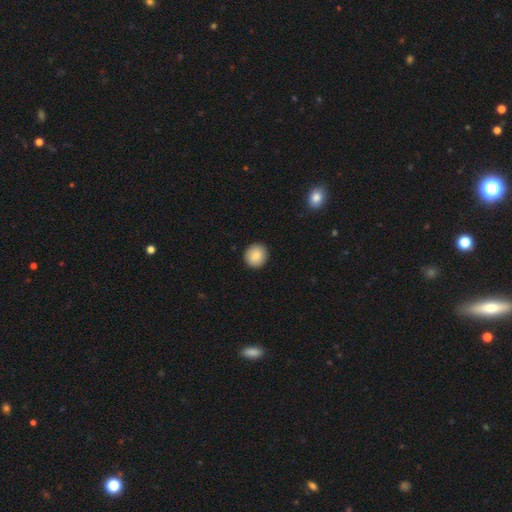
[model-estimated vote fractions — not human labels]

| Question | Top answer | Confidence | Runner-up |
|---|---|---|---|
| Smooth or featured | smooth | 86% | star or artifact (8%) |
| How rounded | round | 90% | in between (9%) |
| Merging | none | 92% | minor disturbance (5%) |